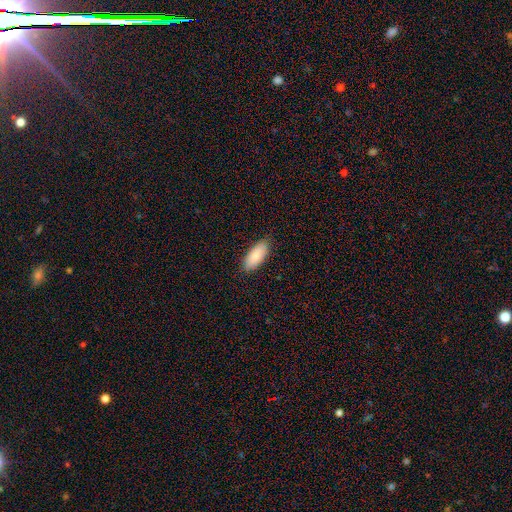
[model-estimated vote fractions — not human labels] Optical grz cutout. It shows a smooth galaxy with no disk features (86%) that is in between round and cigar-shaped (85%). Merging: none (87%).